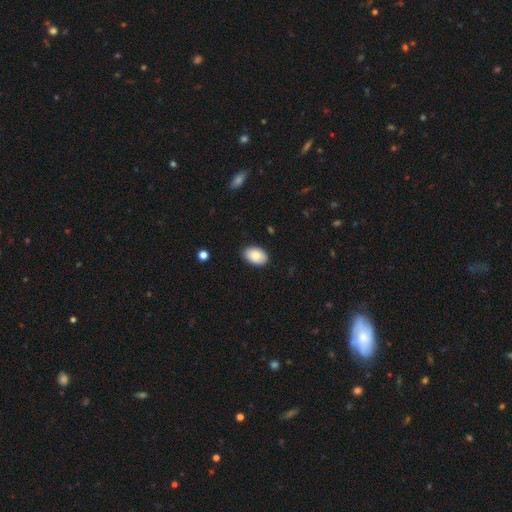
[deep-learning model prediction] Smooth or featured? Predicted: smooth (p=0.82). How rounded? Predicted: in between (p=0.88). Merging? Predicted: none (p=0.85).